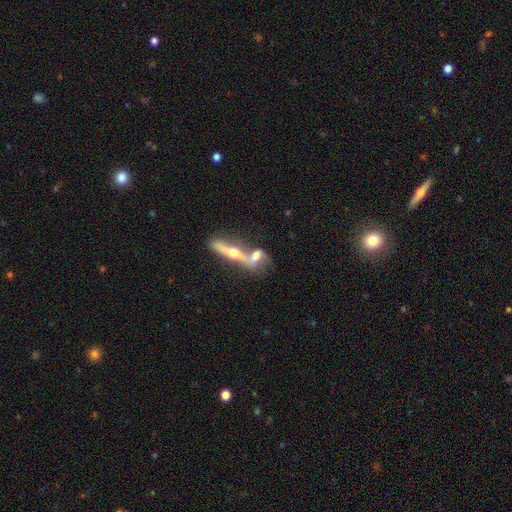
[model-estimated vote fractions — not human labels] Morphology: type=featured or disk (61%); edge-on=yes (67%); merging=merger (57%).